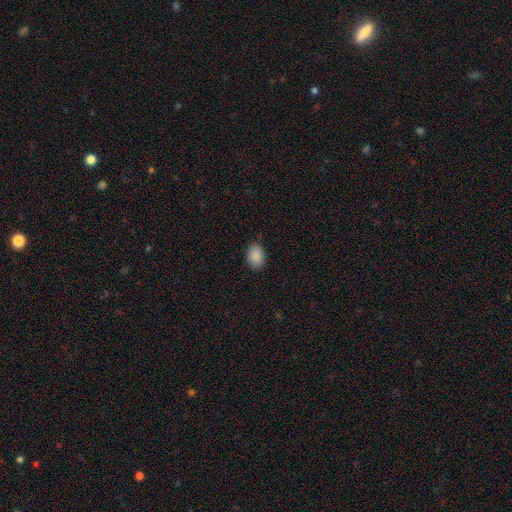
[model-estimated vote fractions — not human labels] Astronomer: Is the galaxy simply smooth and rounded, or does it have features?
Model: smooth — 89%.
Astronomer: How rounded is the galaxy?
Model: in between — 77%.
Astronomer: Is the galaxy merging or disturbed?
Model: none — 85%.